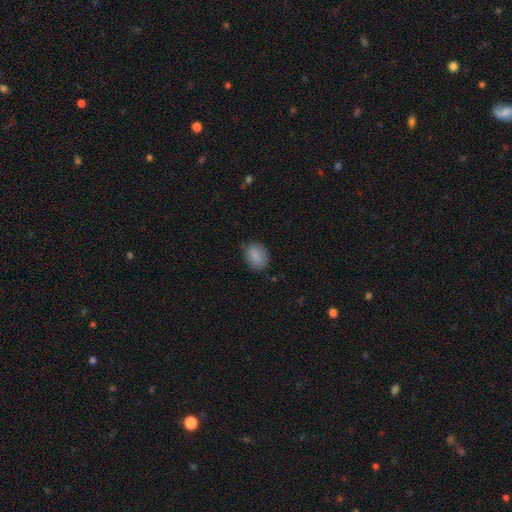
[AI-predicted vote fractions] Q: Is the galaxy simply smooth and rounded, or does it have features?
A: smooth — 84%.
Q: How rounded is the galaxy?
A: in between — 66%.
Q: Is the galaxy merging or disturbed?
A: none — 77%.